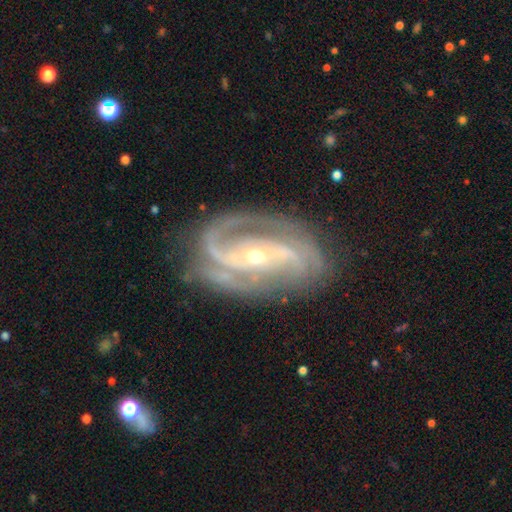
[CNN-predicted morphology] Smooth or featured? Predicted: featured or disk (p=0.90). Edge-on disk? Predicted: no (p=0.96). Bar? Predicted: no (p=0.40). Spiral arms? Predicted: yes (p=0.97). Spiral winding? Predicted: medium (p=0.45). Spiral arm count? Predicted: 2 (p=0.58). Bulge size? Predicted: small (p=0.62). Merging? Predicted: none (p=0.71).